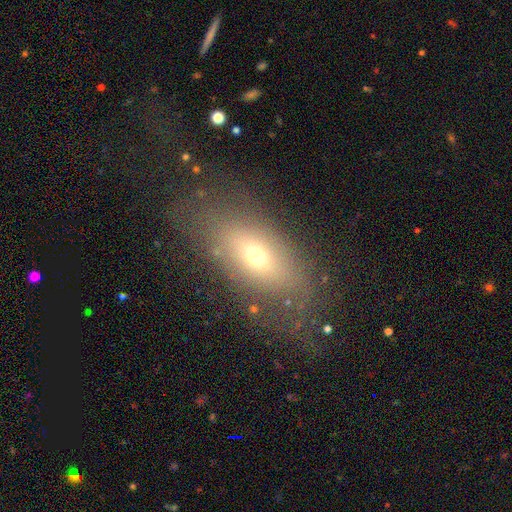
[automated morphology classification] A smooth galaxy with no disk features (59%) that is in between round and cigar-shaped (78%). Merging: none (65%).